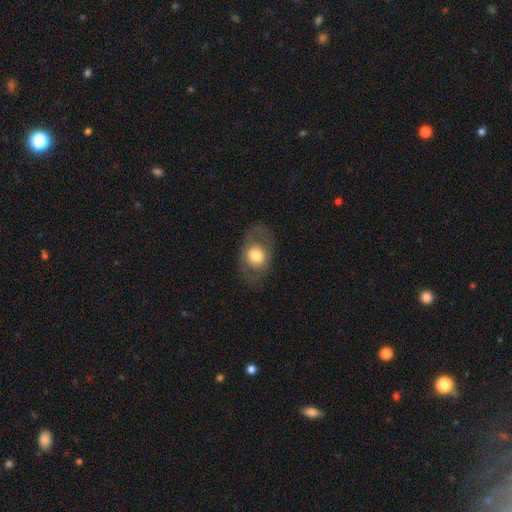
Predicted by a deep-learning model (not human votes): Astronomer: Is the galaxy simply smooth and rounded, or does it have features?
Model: smooth — 59% (runner-up: featured or disk, 35%).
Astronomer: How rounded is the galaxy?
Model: in between — 67%.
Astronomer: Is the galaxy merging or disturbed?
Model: none — 79%.